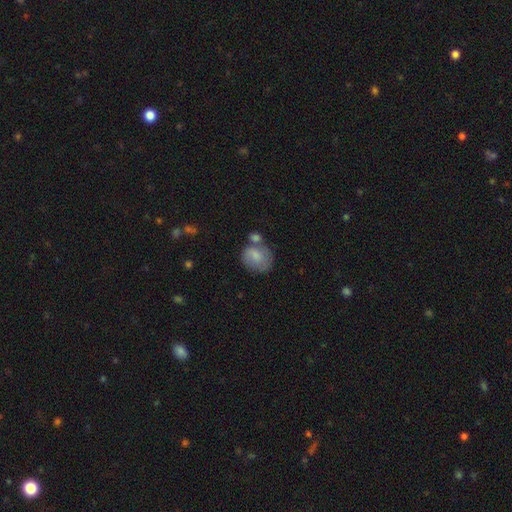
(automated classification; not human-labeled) Smooth or featured?
  - smooth: 75% *
  - featured or disk: 18%
  - star or artifact: 7%
How rounded?
  - in between: 51% *
  - round: 48%
  - cigar-shaped: 1%
Merging?
  - none: 43% *
  - merger: 26%
  - minor disturbance: 22%
  - major disturbance: 10%